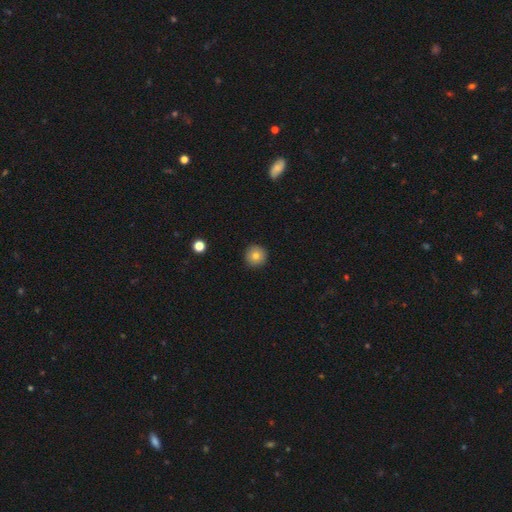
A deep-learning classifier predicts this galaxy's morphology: Smooth or featured? Predicted: smooth (p=0.80). How rounded? Predicted: round (p=0.96). Merging? Predicted: none (p=0.92).